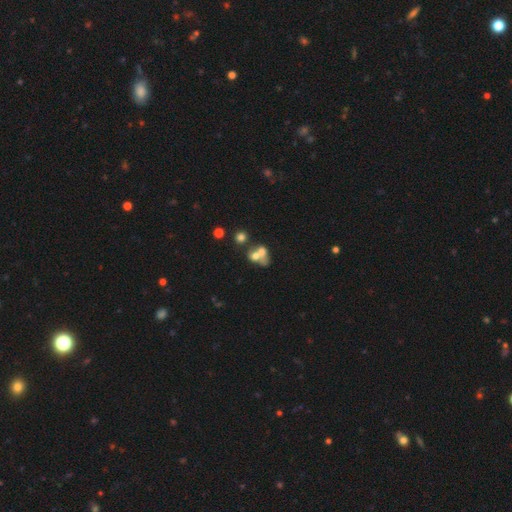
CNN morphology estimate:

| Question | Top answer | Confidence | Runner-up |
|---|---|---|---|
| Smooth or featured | smooth | 57% | featured or disk (29%) |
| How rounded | round | 50% | in between (48%) |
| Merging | merger | 64% | none (21%) |